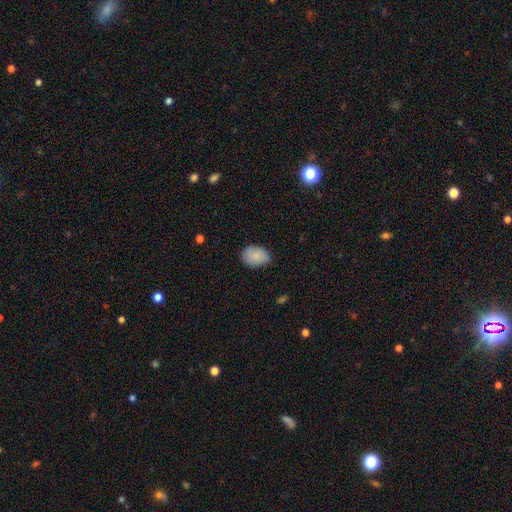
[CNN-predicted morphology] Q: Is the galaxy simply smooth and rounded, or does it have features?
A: smooth — 88%.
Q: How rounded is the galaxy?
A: in between — 78%.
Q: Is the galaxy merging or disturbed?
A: none — 72%.